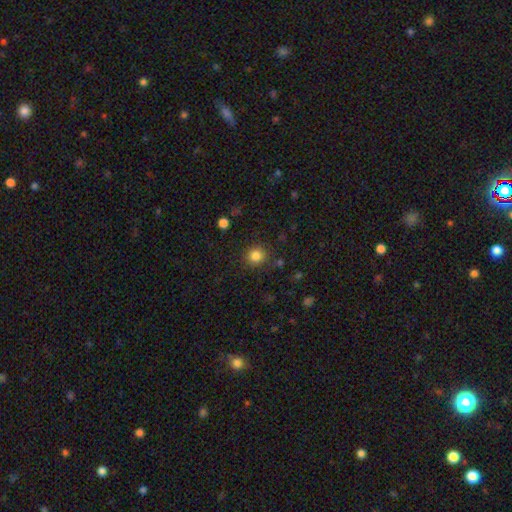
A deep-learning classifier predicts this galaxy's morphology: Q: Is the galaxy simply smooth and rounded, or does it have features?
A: smooth — 83%.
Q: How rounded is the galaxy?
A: round — 87%.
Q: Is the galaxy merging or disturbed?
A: none — 86%.